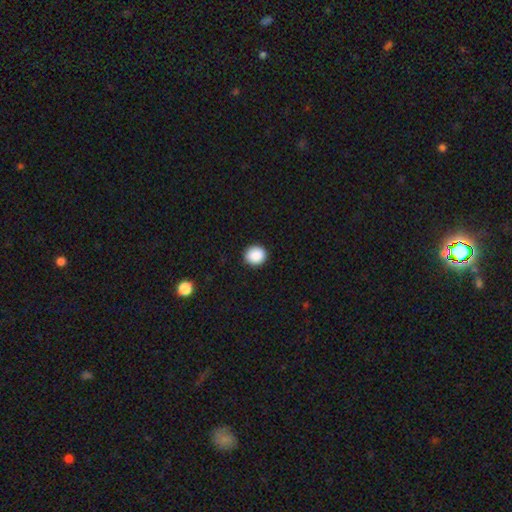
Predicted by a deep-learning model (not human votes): smooth_or_featured: smooth (p=0.89) [alt: star or artifact p=0.08]
how_rounded: round (p=0.90) [alt: in between p=0.09]
merging: none (p=0.92) [alt: minor disturbance p=0.05]